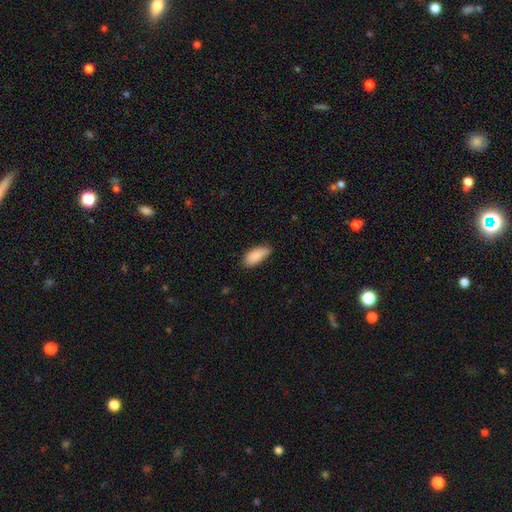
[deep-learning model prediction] Overall: smooth (88%). How rounded: in between (85%). Merging: none (60%; minor disturbance 33%).